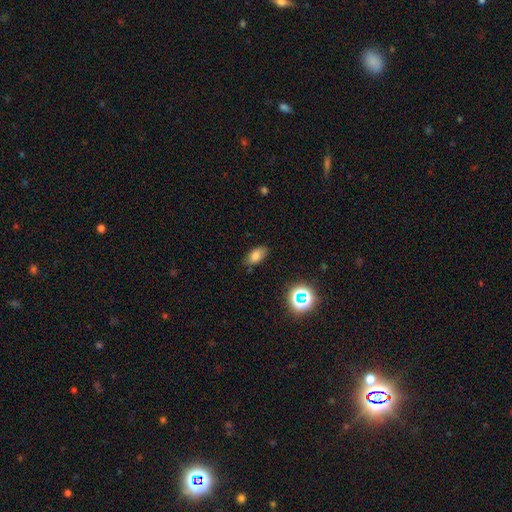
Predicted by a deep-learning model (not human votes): A smooth galaxy with no disk features (77%) that is in between round and cigar-shaped (90%). Merging: none (83%).